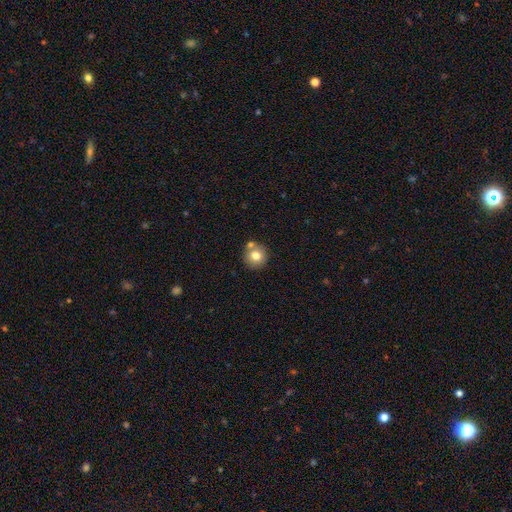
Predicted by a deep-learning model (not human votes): A smooth galaxy with no disk features (77%) that is round (92%).

Vote fractions:
- Smooth or featured? smooth: 77% / featured or disk: 14% / star or artifact: 10%
- How rounded? round: 92% / in between: 7% / cigar-shaped: 1%
- Merging? none: 69% / merger: 19% / minor disturbance: 10% / major disturbance: 3%